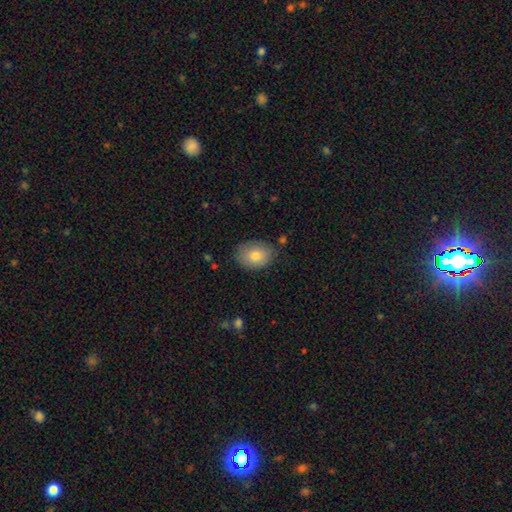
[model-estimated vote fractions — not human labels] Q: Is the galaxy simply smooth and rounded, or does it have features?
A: smooth — 81%.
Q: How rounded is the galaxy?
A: in between — 72%.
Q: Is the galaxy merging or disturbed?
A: none — 80%.